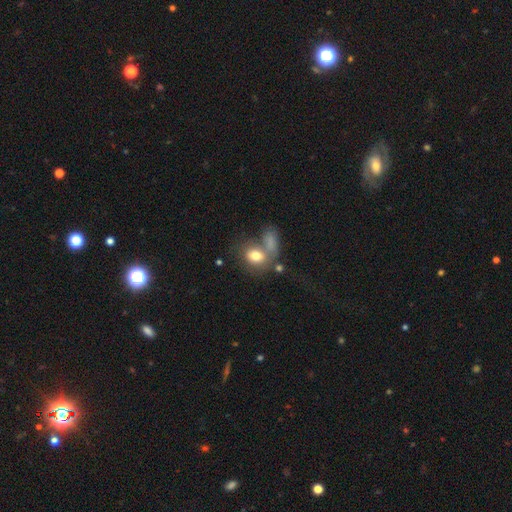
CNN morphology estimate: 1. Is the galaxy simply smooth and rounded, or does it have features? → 75% smooth, 15% featured or disk, 9% star or artifact.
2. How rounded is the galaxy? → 56% in between, 43% round, 2% cigar-shaped.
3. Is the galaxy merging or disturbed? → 40% merger, 37% none, 13% minor disturbance, 10% major disturbance.